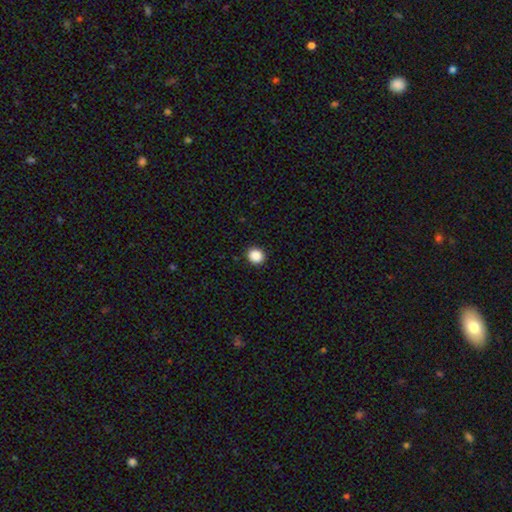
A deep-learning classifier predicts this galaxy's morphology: smooth 88%, star or artifact 10%, featured or disk 2%. Down the decision tree: how rounded — round (88%); merging — none (92%).